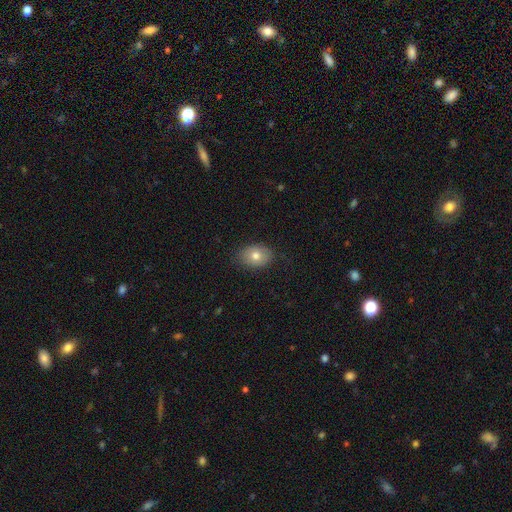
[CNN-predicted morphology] type=smooth (77%); roundness=in between (72%); merging=none (80%).